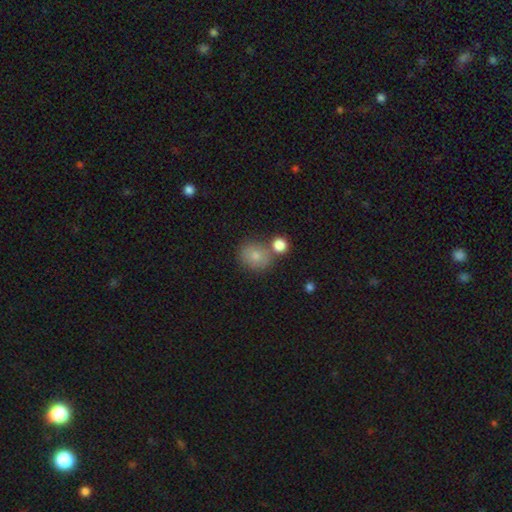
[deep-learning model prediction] The model was most divided on "merging": none: 57%, merger: 23%, minor disturbance: 15%, major disturbance: 5%. More confident: smooth or featured — smooth (78%); how rounded — round (75%).